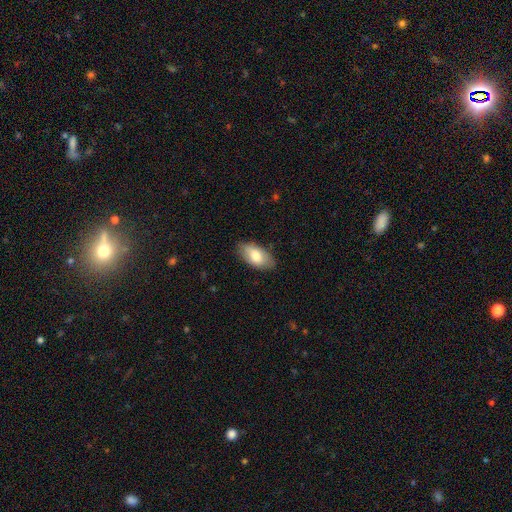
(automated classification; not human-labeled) Smooth or featured: smooth — 75% (featured or disk — 19%)
How rounded: in between — 93% (cigar-shaped — 3%)
Merging: none — 82% (minor disturbance — 14%)